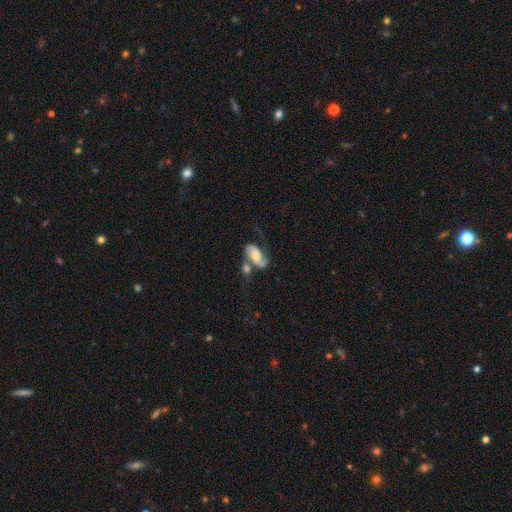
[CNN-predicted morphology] smooth-or-featured: featured or disk: 78% | smooth: 15% | star or artifact: 6%
  disk-edge-on: no: 96% | yes: 4%
    bar: no: 52% | weak: 35% | strong: 13%
    has-spiral-arms: yes: 95% | no: 5%
      spiral-winding: medium: 48% | loose: 36% | tight: 17%
      spiral-arm-count: 2: 91% | can't tell: 3% | 1: 3% | 3: 1% | 4: 1% | more than 4: 1%
    bulge-size: moderate: 43% | large: 24% | small: 19% | none: 11% | dominant: 3%
  merging: none: 41% | merger: 33% | minor disturbance: 16% | major disturbance: 10%